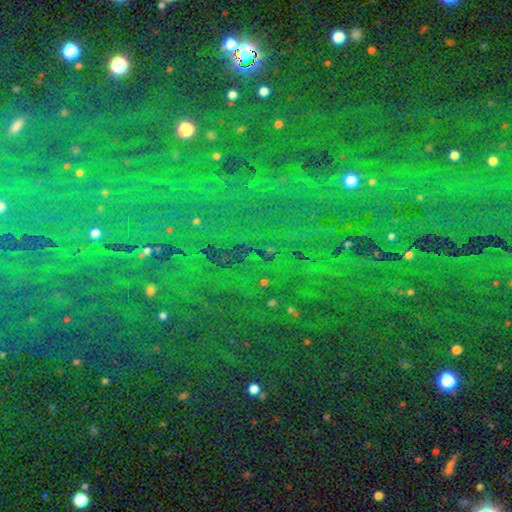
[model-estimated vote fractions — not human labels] smooth-or-featured: star or artifact: 85% | smooth: 8% | featured or disk: 7%